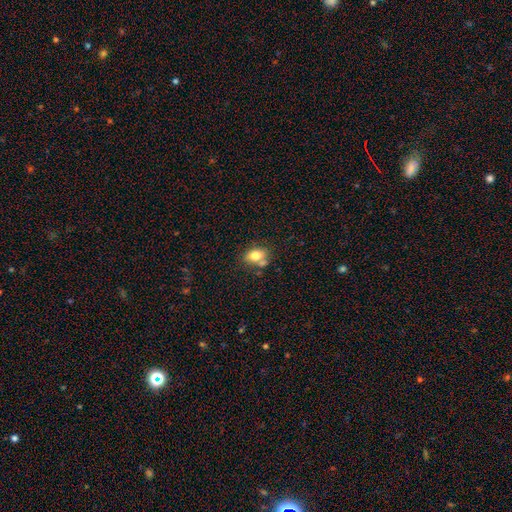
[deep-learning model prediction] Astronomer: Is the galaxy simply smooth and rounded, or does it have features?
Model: smooth — 77%.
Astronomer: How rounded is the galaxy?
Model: in between — 71%.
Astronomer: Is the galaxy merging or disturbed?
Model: none — 58%.